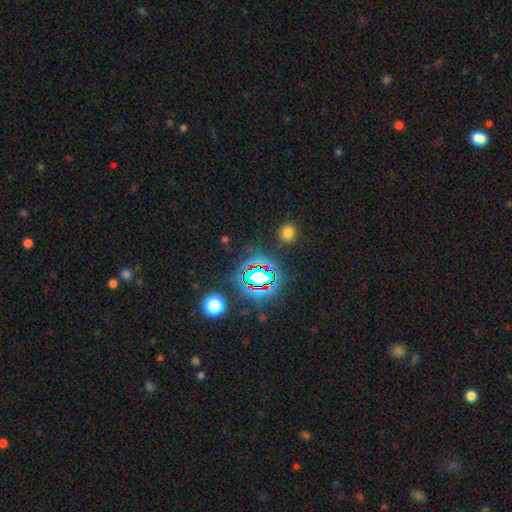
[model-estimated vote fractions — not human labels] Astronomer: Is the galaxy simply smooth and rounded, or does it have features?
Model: star or artifact — 79%.